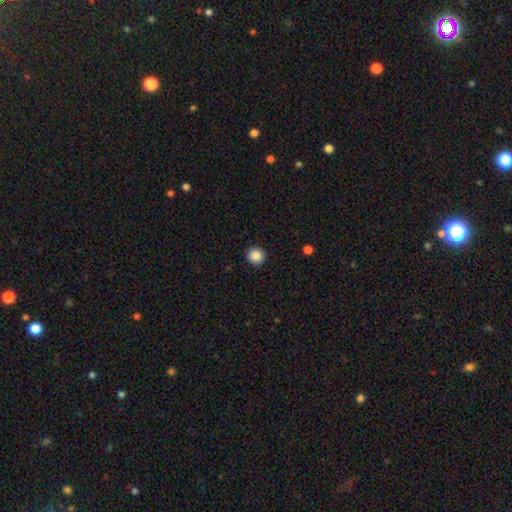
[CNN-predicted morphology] A smooth galaxy with no disk features (88%) that is round (91%). Merging: none (92%).